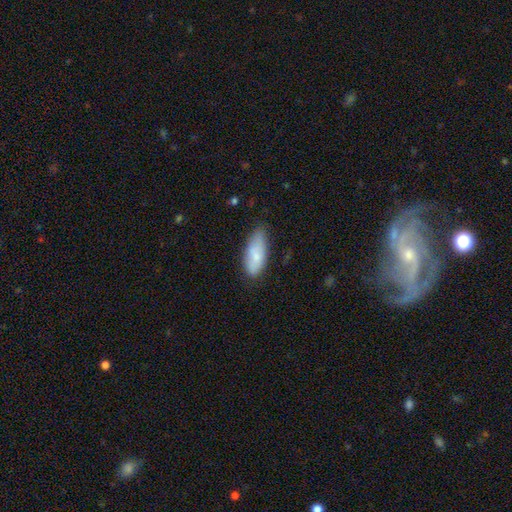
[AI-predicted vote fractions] The model was most divided on "merging": none: 64%, minor disturbance: 28%, major disturbance: 5%, merger: 2%. More confident: how rounded — in between (81%); smooth or featured — smooth (78%).